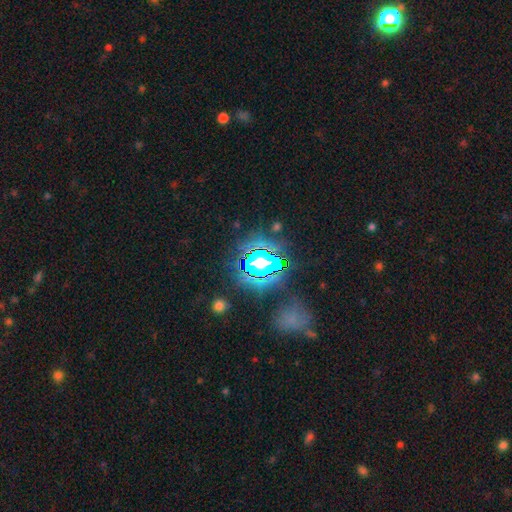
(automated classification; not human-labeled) This is likely a star or artifact rather than a galaxy (64%).